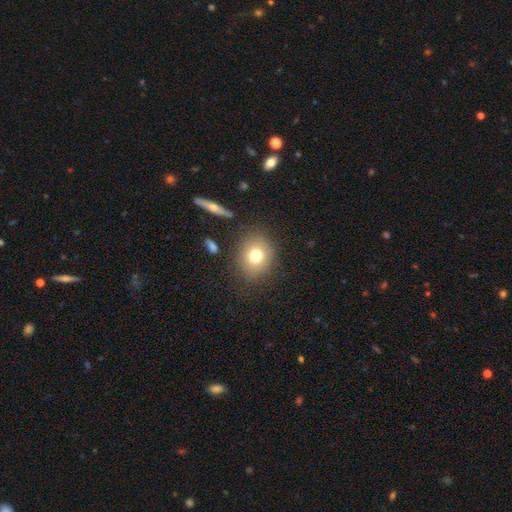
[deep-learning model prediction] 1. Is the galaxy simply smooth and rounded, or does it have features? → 75% smooth, 14% featured or disk, 12% star or artifact.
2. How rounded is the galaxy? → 67% round, 32% in between, 1% cigar-shaped.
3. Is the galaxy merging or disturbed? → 83% none, 10% minor disturbance, 4% major disturbance, 3% merger.